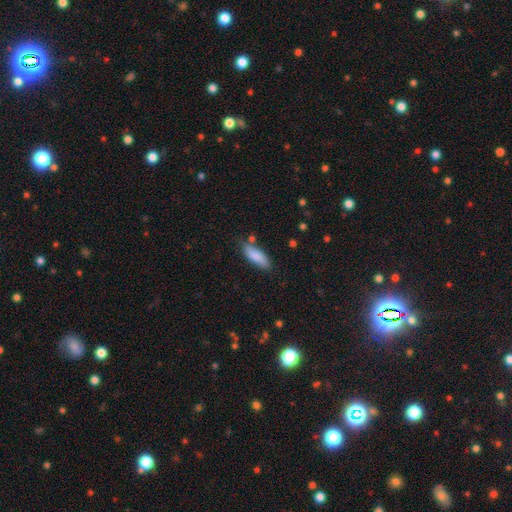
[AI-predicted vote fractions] smooth_or_featured: smooth (p=0.85) [alt: featured or disk p=0.09]
how_rounded: in between (p=0.66) [alt: cigar-shaped p=0.32]
merging: none (p=0.74) [alt: minor disturbance p=0.18]